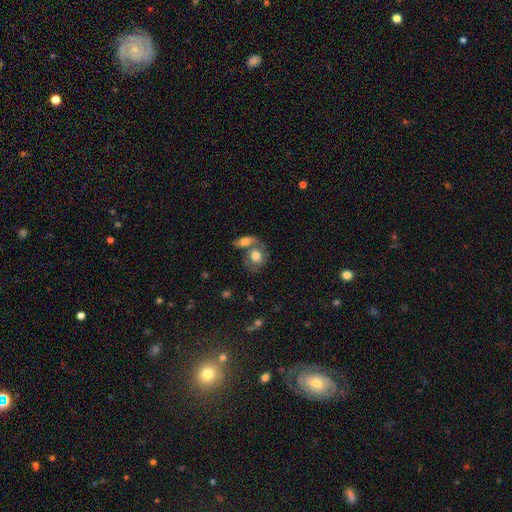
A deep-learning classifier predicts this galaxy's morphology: Smooth or featured? smooth (63%)
How rounded? round (53%)
Merging? merger (50%)